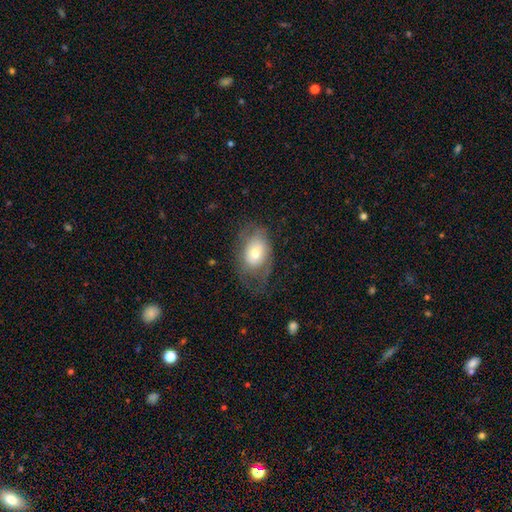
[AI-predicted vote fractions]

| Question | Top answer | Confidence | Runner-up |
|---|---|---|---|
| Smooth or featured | smooth | 60% | featured or disk (32%) |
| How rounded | in between | 78% | round (21%) |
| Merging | none | 50% | minor disturbance (26%) |